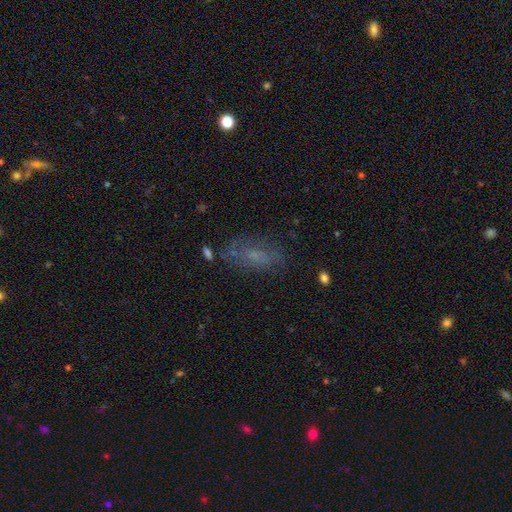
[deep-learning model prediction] This appears to be a smooth galaxy with no disk features (50%). Merging: none (63%).